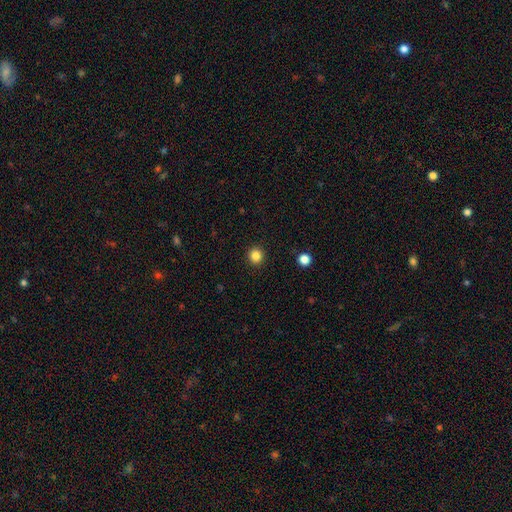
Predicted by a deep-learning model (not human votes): Smooth or featured? Predicted: smooth (p=0.84). How rounded? Predicted: round (p=0.93). Merging? Predicted: none (p=0.93).